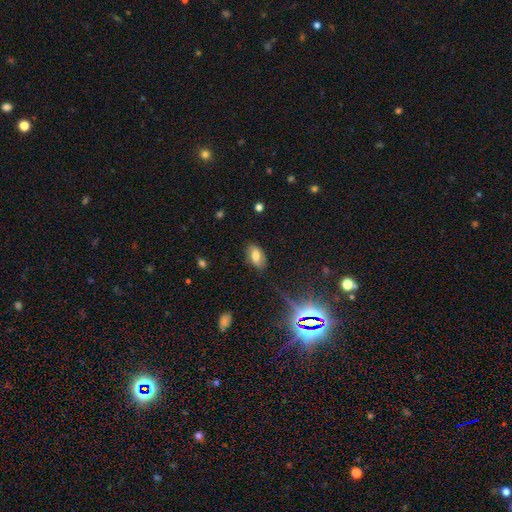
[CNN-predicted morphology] smooth-or-featured: smooth: 65% | featured or disk: 22% | star or artifact: 13%
  how-rounded: in between: 91% | round: 6% | cigar-shaped: 3%
  merging: none: 81% | minor disturbance: 14% | major disturbance: 4% | merger: 1%